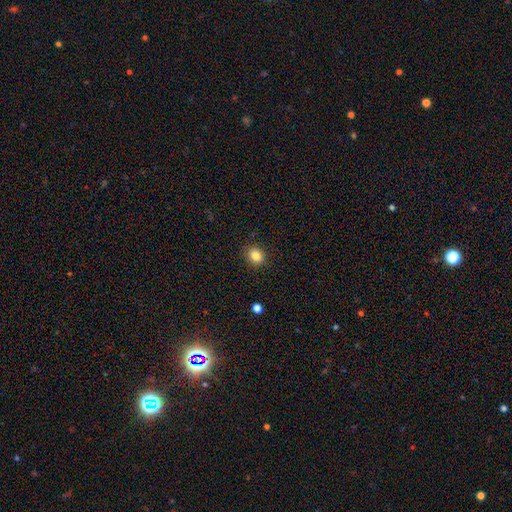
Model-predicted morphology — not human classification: Smooth or featured?
  - smooth: 85% *
  - star or artifact: 10%
  - featured or disk: 5%
How rounded?
  - round: 50% *
  - in between: 49%
  - cigar-shaped: 1%
Merging?
  - none: 88% *
  - minor disturbance: 9%
  - major disturbance: 2%
  - merger: 1%